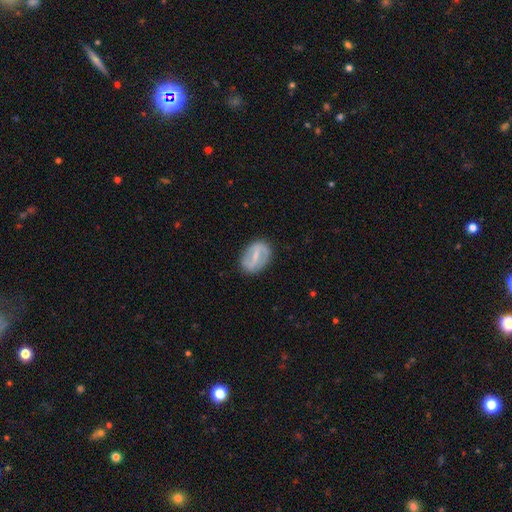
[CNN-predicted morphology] smooth-or-featured: featured or disk: 67% | smooth: 27% | star or artifact: 6%
  disk-edge-on: no: 94% | yes: 6%
    bar: strong: 63% | weak: 29% | no: 8%
    has-spiral-arms: yes: 57% | no: 43%
    bulge-size: small: 47% | none: 27% | moderate: 22% | large: 3% | dominant: 1%
  merging: none: 84% | minor disturbance: 11% | major disturbance: 4% | merger: 1%